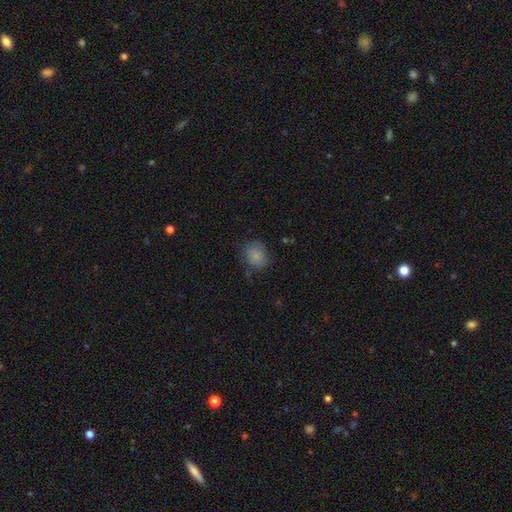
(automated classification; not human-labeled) This is clearly a smooth galaxy (85%). How rounded: likely round (62%). Merging: likely none (74%).